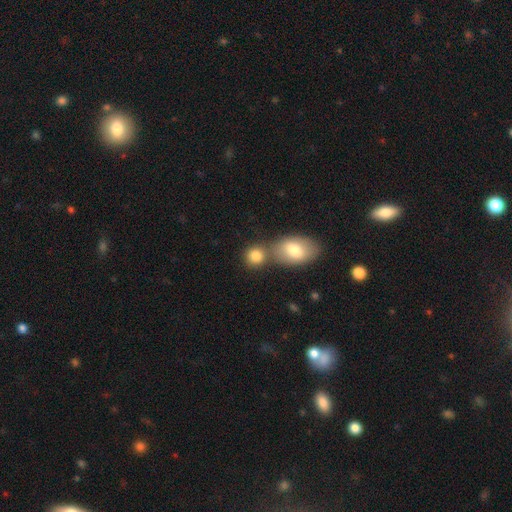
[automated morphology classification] Smooth or featured: smooth — 85% (star or artifact — 8%)
How rounded: round — 75% (in between — 24%)
Merging: none — 49% (merger — 40%)